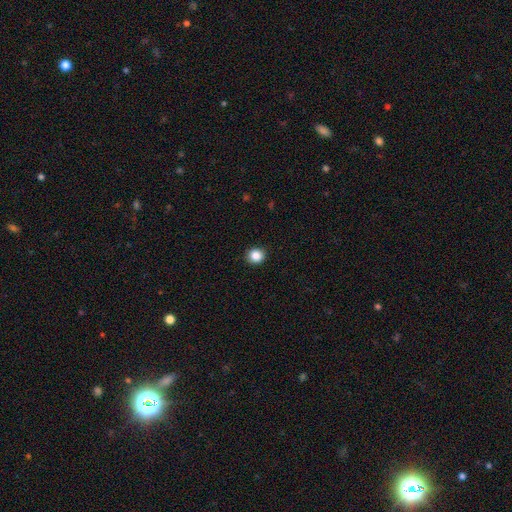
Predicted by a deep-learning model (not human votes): Q: Smooth or featured?
A: smooth (86%); runner-up: star or artifact (10%)
Q: How rounded?
A: round (91%); runner-up: in between (8%)
Q: Merging?
A: none (92%); runner-up: minor disturbance (5%)